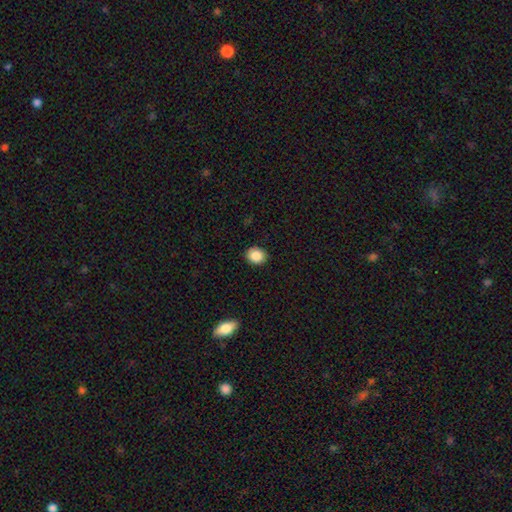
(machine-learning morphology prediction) This is clearly a smooth galaxy (87%). How rounded: likely round (66%). Merging: clearly none (90%).